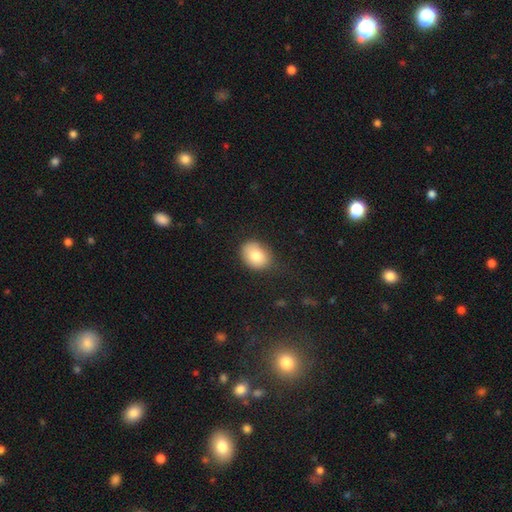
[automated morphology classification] This is clearly a smooth galaxy (81%). How rounded: likely in between (62%). Merging: likely none (75%).